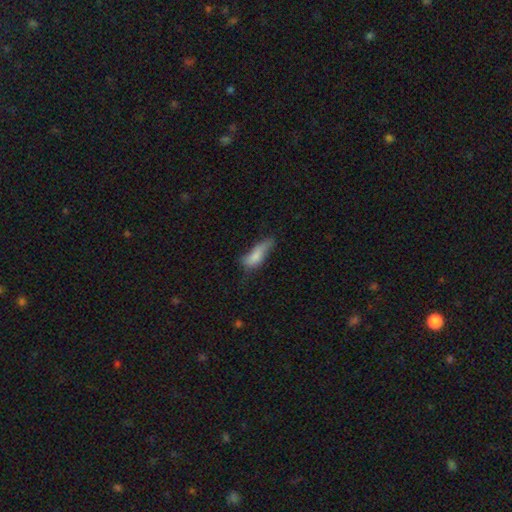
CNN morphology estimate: Smooth or featured: smooth — 74% (featured or disk — 18%)
How rounded: in between — 58% (cigar-shaped — 39%)
Merging: minor disturbance — 37% (none — 35%)